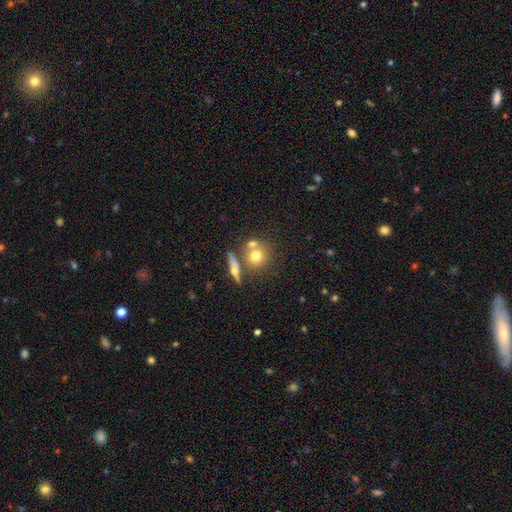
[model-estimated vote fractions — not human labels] Smooth or featured? smooth (67%)
How rounded? round (84%)
Merging? none (57%)